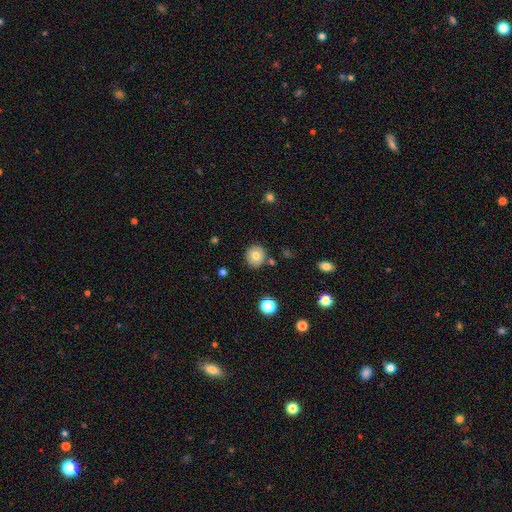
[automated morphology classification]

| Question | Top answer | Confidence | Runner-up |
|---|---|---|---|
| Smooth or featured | smooth | 76% | featured or disk (13%) |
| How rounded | round | 90% | in between (9%) |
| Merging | none | 85% | minor disturbance (8%) |